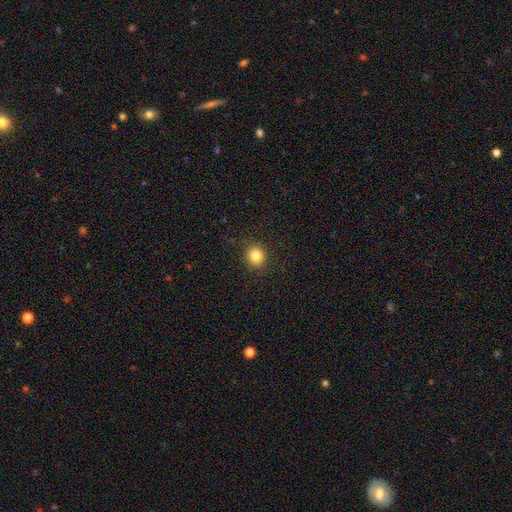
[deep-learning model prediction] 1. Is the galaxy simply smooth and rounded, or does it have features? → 83% smooth, 11% star or artifact, 5% featured or disk.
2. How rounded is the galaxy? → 90% round, 9% in between, 1% cigar-shaped.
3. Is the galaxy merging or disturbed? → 90% none, 7% minor disturbance, 2% major disturbance, 1% merger.